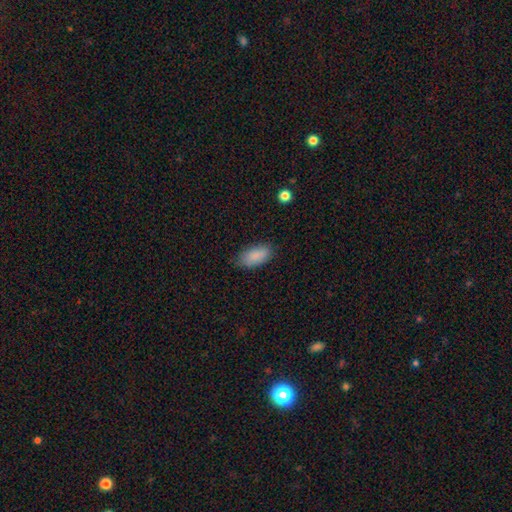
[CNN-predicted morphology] Smooth or featured: smooth — 88% (star or artifact — 7%)
How rounded: in between — 93% (cigar-shaped — 5%)
Merging: none — 80% (minor disturbance — 16%)